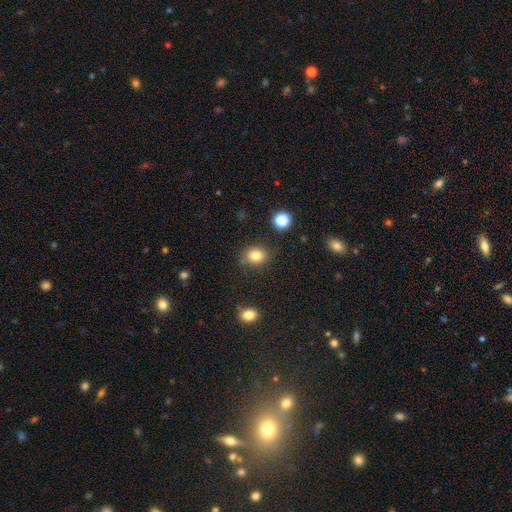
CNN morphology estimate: Smooth or featured?
  - smooth: 81% *
  - star or artifact: 12%
  - featured or disk: 8%
How rounded?
  - round: 53% *
  - in between: 46%
  - cigar-shaped: 1%
Merging?
  - none: 79% *
  - minor disturbance: 14%
  - major disturbance: 4%
  - merger: 3%